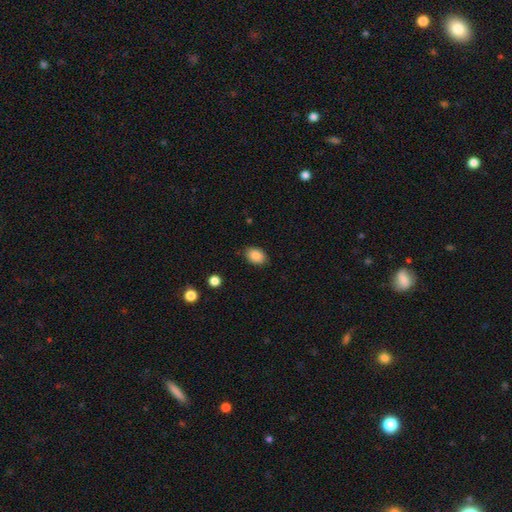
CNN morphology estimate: Smooth or featured? smooth (88%)
How rounded? in between (81%)
Merging? none (85%)